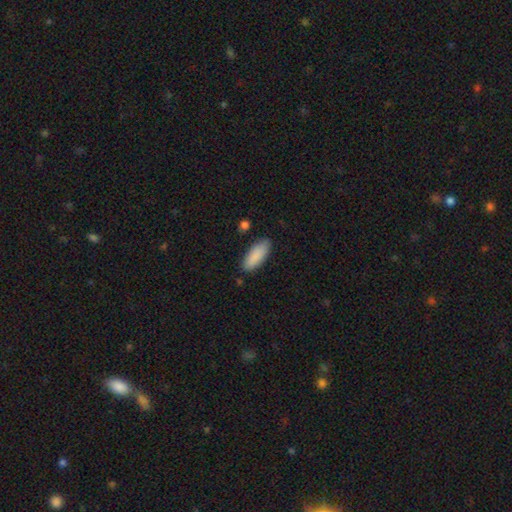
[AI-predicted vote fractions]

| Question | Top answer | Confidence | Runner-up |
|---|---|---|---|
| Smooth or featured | smooth | 89% | star or artifact (6%) |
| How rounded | in between | 77% | cigar-shaped (21%) |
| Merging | none | 85% | minor disturbance (11%) |